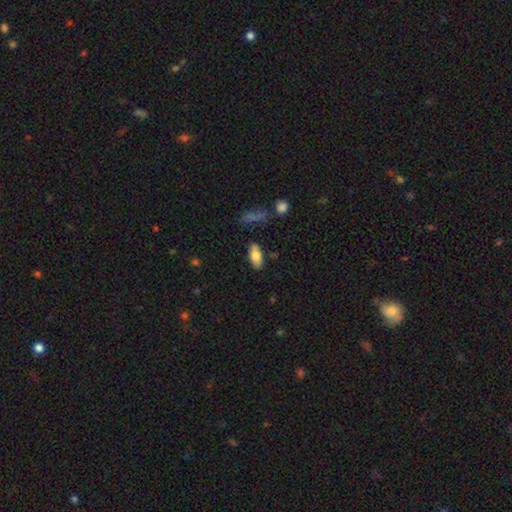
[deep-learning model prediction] A smooth galaxy with no disk features (78%) that is in between round and cigar-shaped (87%).

Vote fractions:
- Smooth or featured? smooth: 78% / featured or disk: 15% / star or artifact: 7%
- How rounded? in between: 87% / cigar-shaped: 11% / round: 2%
- Merging? none: 85% / minor disturbance: 10% / major disturbance: 2% / merger: 2%